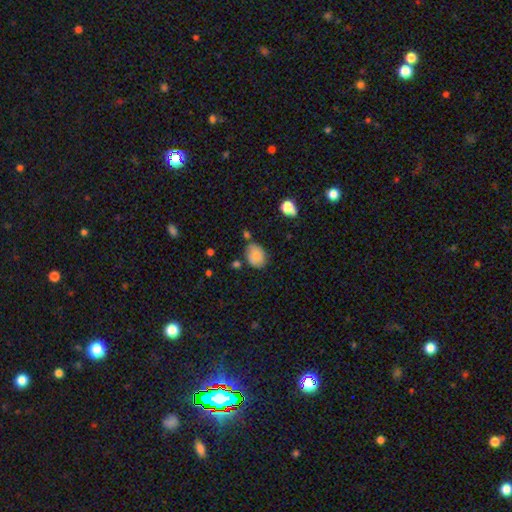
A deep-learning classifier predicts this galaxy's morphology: This appears to be a smooth galaxy with no disk features (77%) that is in between round and cigar-shaped (64%). Merging: none (64%).